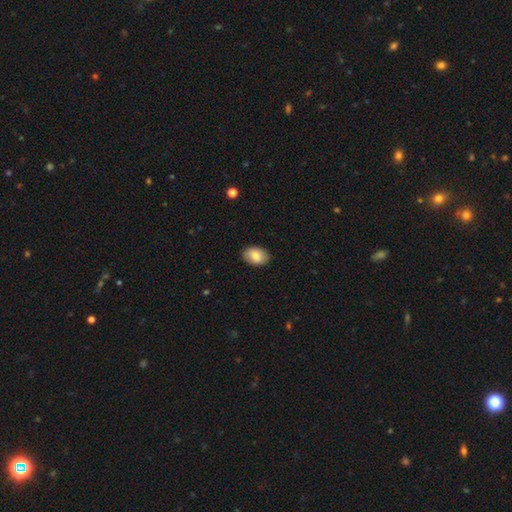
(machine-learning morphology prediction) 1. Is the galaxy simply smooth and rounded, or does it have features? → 82% smooth, 11% featured or disk, 7% star or artifact.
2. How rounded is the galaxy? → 88% in between, 11% round, 1% cigar-shaped.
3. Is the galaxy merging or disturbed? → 87% none, 10% minor disturbance, 2% major disturbance, 1% merger.